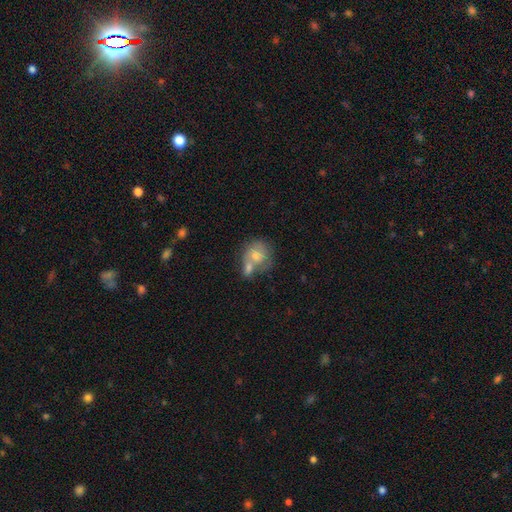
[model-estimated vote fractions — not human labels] Smooth or featured: smooth — 56% (featured or disk — 34%)
How rounded: round — 72% (in between — 27%)
Merging: merger — 49% (none — 32%)